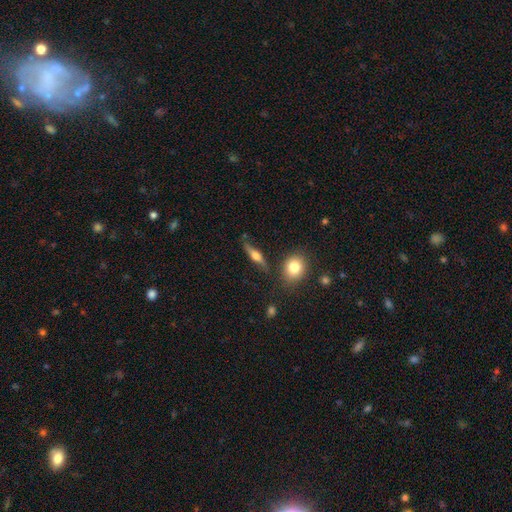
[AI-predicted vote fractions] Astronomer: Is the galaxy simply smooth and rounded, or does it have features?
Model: featured or disk — 55% (runner-up: smooth, 37%).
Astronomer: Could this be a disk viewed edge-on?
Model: yes — 84%.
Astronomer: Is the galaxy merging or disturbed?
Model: none — 75%.